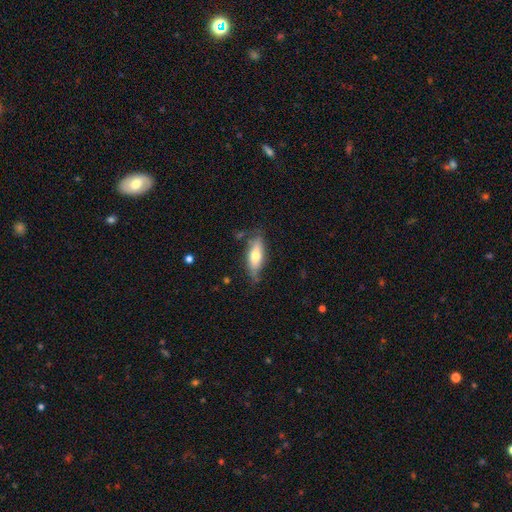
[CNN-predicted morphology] A smooth galaxy with no disk features (60%) that is in between round and cigar-shaped (66%).

Vote fractions:
- Smooth or featured? smooth: 60% / featured or disk: 33% / star or artifact: 6%
- How rounded? in between: 66% / cigar-shaped: 32% / round: 3%
- Merging? none: 66% / minor disturbance: 25% / major disturbance: 6% / merger: 3%